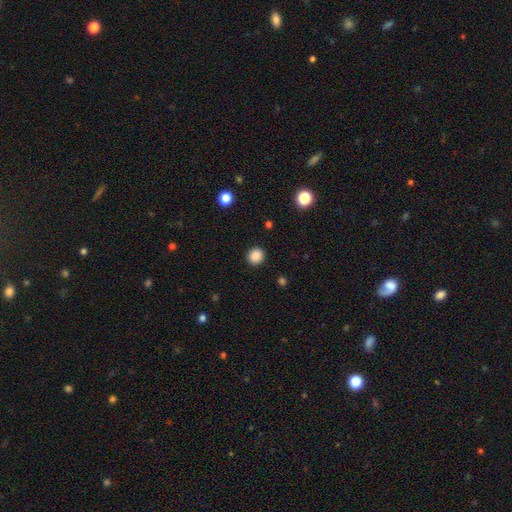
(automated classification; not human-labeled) Smooth or featured? Predicted: smooth (p=0.87). How rounded? Predicted: round (p=0.85). Merging? Predicted: none (p=0.91).